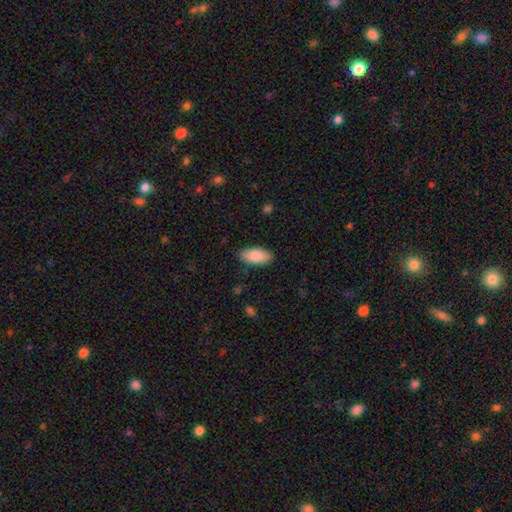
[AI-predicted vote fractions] smooth 89%, star or artifact 6%, featured or disk 5%. Down the decision tree: how rounded — in between (90%); merging — none (87%).